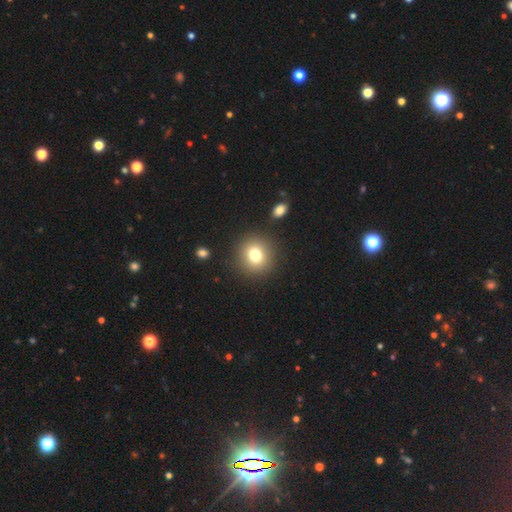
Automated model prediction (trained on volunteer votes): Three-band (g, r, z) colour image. It shows a smooth galaxy with no disk features (77%) that is round (90%). Merging: none (90%).